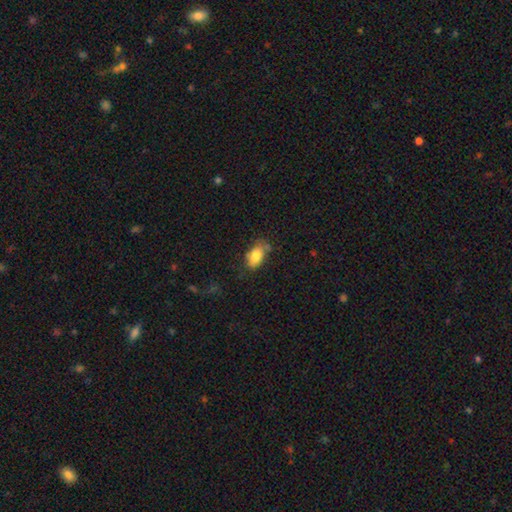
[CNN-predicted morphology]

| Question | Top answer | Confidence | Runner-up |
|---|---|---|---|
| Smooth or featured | smooth | 81% | featured or disk (11%) |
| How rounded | in between | 91% | round (6%) |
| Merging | none | 62% | minor disturbance (27%) |